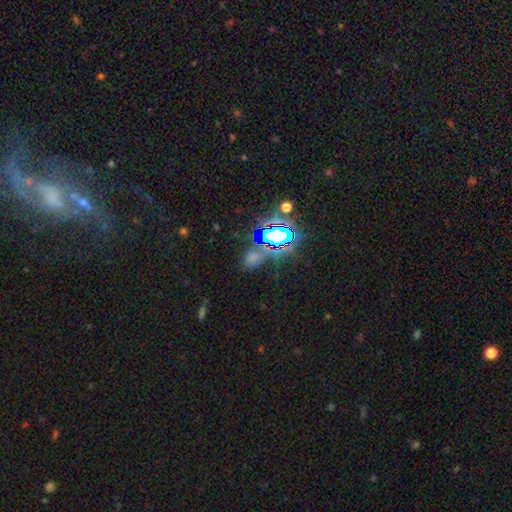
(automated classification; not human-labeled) smooth-or-featured: star or artifact: 62% | smooth: 28% | featured or disk: 10%